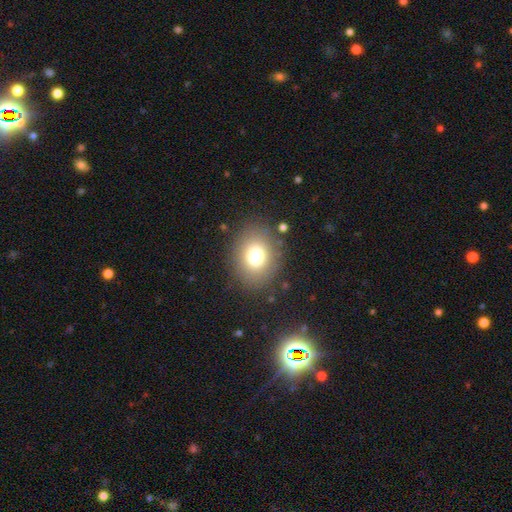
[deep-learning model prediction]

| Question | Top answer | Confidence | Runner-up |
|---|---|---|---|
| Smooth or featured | smooth | 74% | star or artifact (14%) |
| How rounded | round | 57% | in between (43%) |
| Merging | none | 84% | minor disturbance (9%) |